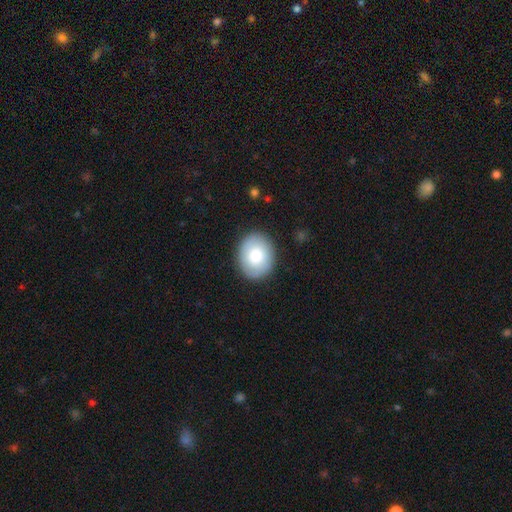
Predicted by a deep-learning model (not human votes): smooth 78%, featured or disk 16%, star or artifact 6%. Down the decision tree: how rounded — in between (50%); merging — none (87%).